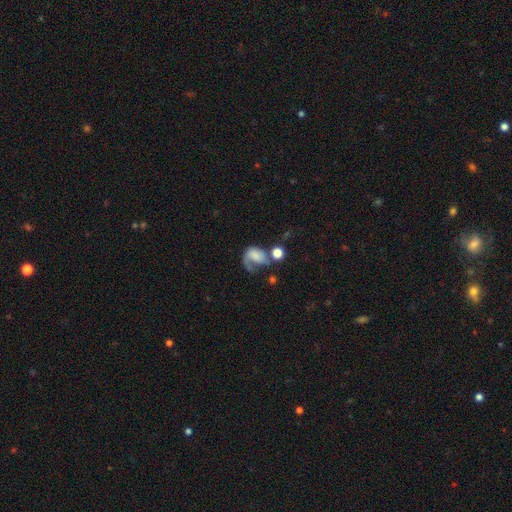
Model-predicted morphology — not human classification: smooth_or_featured: featured or disk (p=0.47) [alt: smooth p=0.43]
merging: major disturbance (p=0.40) [alt: none p=0.25]